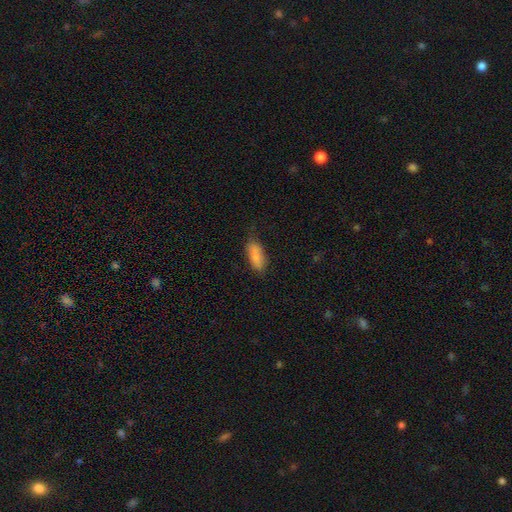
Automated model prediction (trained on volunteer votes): Smooth or featured: smooth — 83% (featured or disk — 10%)
How rounded: in between — 84% (cigar-shaped — 14%)
Merging: none — 70% (minor disturbance — 23%)